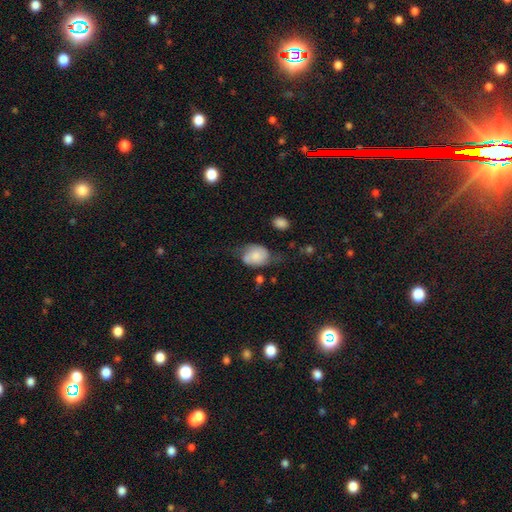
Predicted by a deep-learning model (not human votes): A smooth galaxy with no disk features (58%) that is in between round and cigar-shaped (64%). Merging: none (39%).